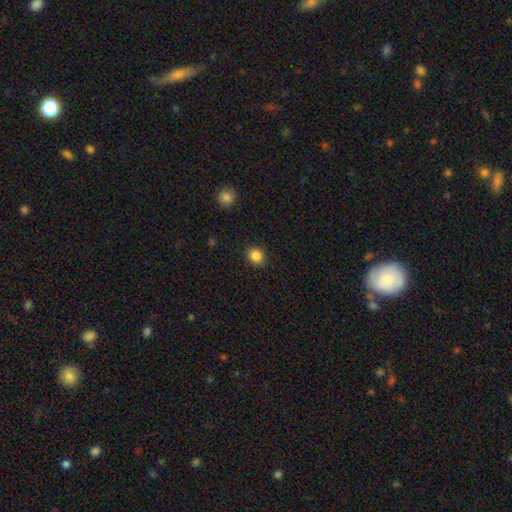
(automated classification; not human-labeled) The model was most divided on "how rounded": round: 76%, in between: 23%, cigar-shaped: 1%. More confident: merging — none (90%); smooth or featured — smooth (85%).